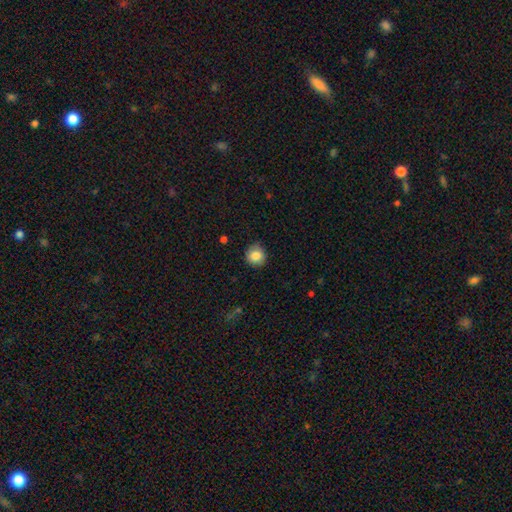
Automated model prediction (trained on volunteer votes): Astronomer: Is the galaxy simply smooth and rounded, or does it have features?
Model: smooth — 85%.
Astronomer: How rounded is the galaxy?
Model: round — 91%.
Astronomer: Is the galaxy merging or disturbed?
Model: none — 85%.